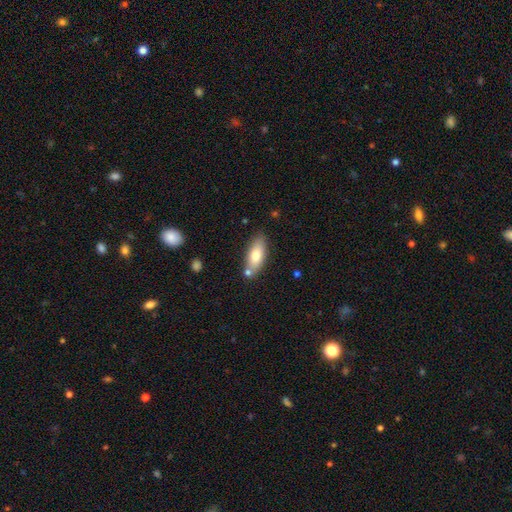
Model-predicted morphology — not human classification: Smooth or featured? smooth (75%)
How rounded? in between (79%)
Merging? none (73%)